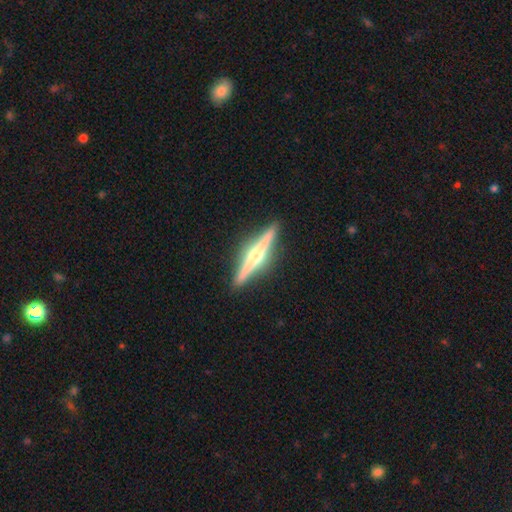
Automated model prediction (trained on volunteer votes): This is likely a featured or disk galaxy (80%). It is clearly viewed edge-on (98%). Edge-on bulge: clearly rounded (92%). Merging: clearly none (91%).